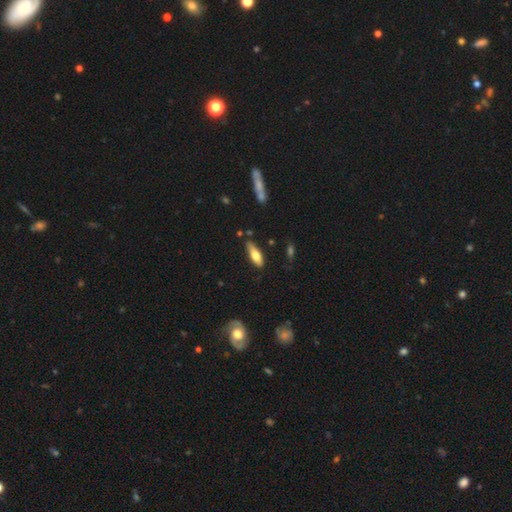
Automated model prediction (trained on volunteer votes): Overall: smooth (67%). How rounded: in between (56%; cigar-shaped 42%). Merging: none (73%).